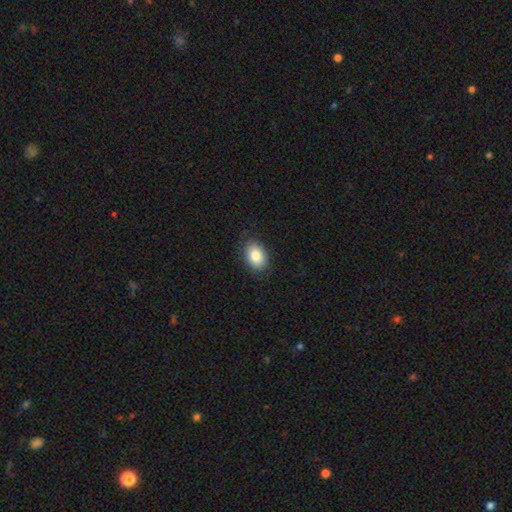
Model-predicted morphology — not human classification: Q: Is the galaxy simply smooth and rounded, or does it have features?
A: smooth — 85%.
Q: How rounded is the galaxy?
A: in between — 82%.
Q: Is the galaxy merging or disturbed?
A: none — 86%.